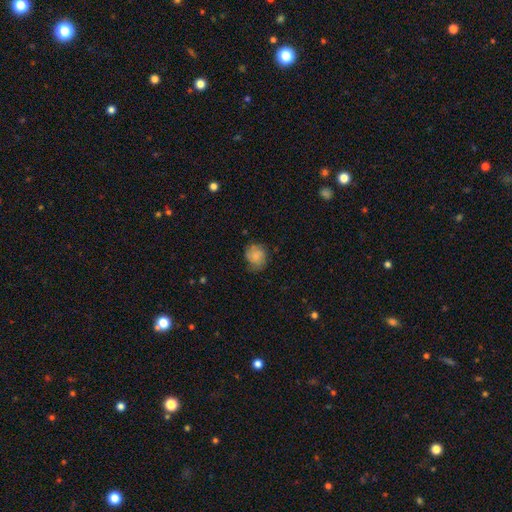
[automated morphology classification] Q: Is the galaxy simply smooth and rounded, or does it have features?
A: smooth — 71%.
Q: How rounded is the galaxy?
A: round — 71%.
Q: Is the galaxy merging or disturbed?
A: none — 65%.